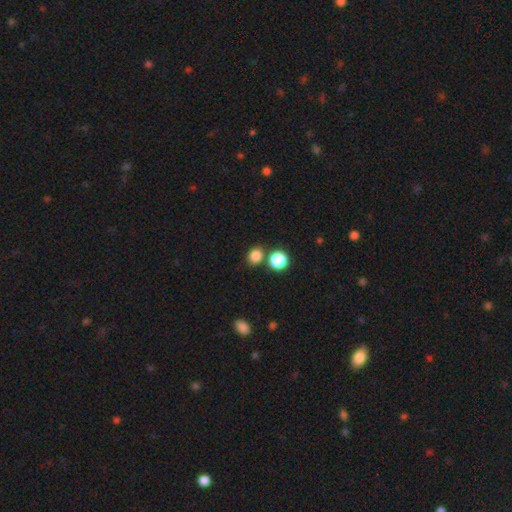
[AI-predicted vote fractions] Smooth or featured?
  - smooth: 82% *
  - star or artifact: 13%
  - featured or disk: 5%
How rounded?
  - round: 67% *
  - in between: 32%
  - cigar-shaped: 1%
Merging?
  - none: 69% *
  - merger: 19%
  - minor disturbance: 9%
  - major disturbance: 3%